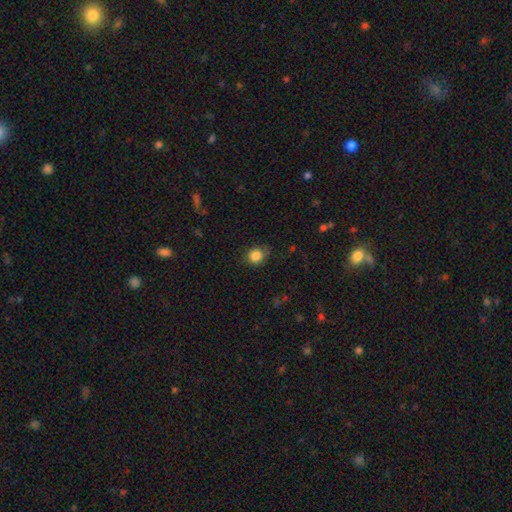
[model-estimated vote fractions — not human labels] Smooth or featured: smooth — 85% (star or artifact — 10%)
How rounded: round — 74% (in between — 25%)
Merging: none — 75% (minor disturbance — 19%)